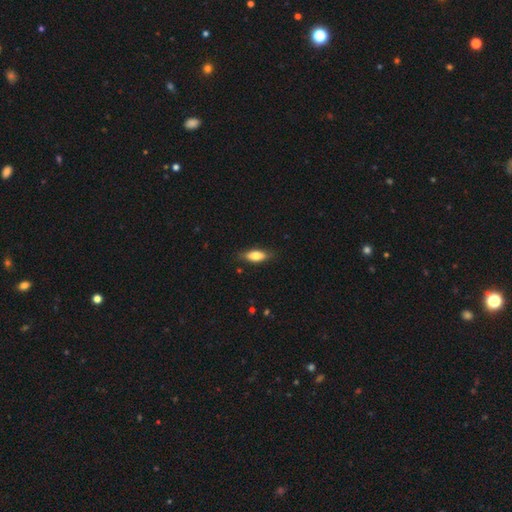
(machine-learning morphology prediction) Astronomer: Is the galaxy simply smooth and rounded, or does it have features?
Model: smooth — 74%.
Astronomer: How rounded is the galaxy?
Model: in between — 75%.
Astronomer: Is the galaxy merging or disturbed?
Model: none — 80%.